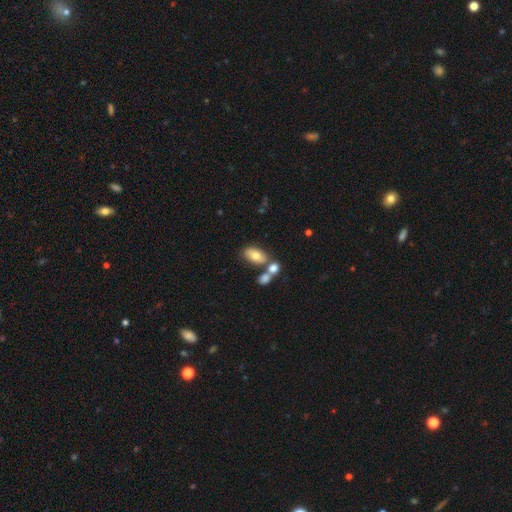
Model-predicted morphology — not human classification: smooth 74%, featured or disk 18%, star or artifact 8%. Down the decision tree: how rounded — in between (91%); merging — none (50%).